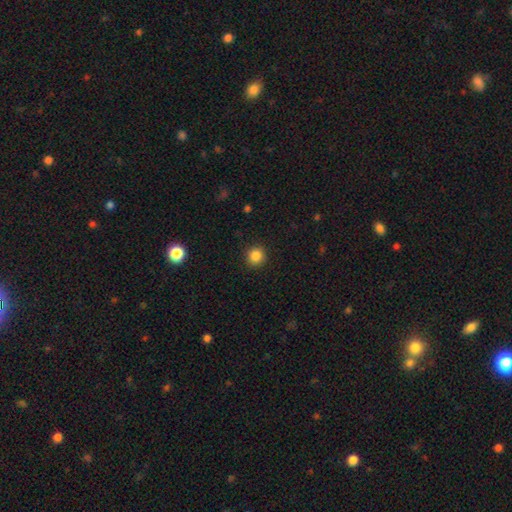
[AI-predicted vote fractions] A smooth galaxy with no disk features (85%) that is round (92%). Merging: none (91%).